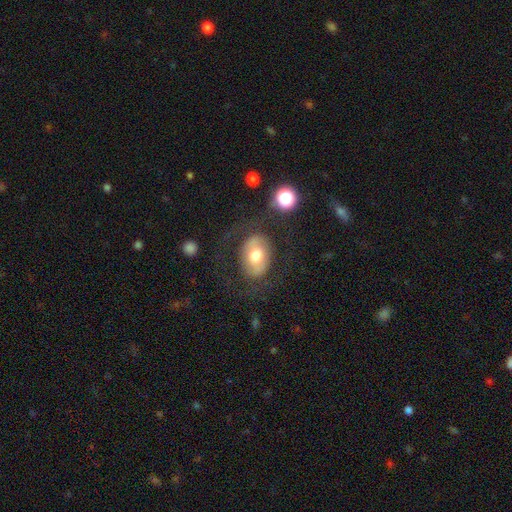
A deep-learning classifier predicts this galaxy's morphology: smooth 54%, featured or disk 37%, star or artifact 9%. Down the decision tree: how rounded — in between (72%); merging — none (71%).